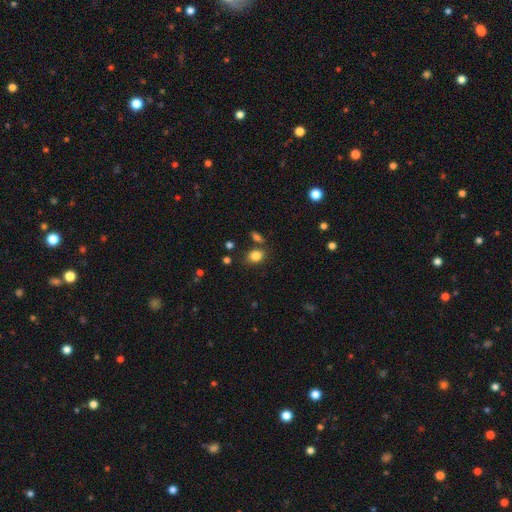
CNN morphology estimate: Smooth or featured? smooth (84%)
How rounded? in between (66%)
Merging? none (72%)